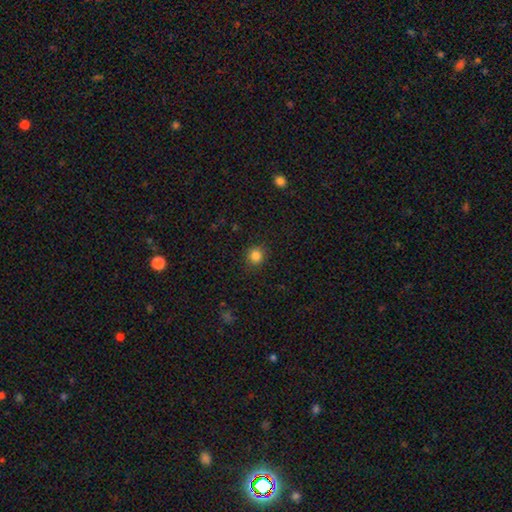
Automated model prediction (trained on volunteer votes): Q: Smooth or featured?
A: smooth (85%); runner-up: star or artifact (11%)
Q: How rounded?
A: round (90%); runner-up: in between (9%)
Q: Merging?
A: none (89%); runner-up: minor disturbance (7%)